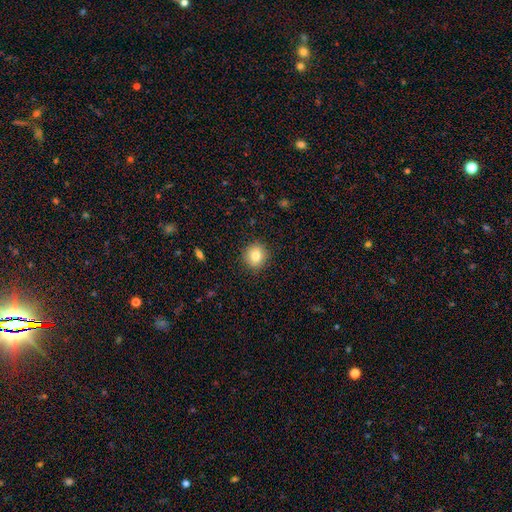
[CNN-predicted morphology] type=smooth (82%); roundness=round (87%); merging=none (90%).